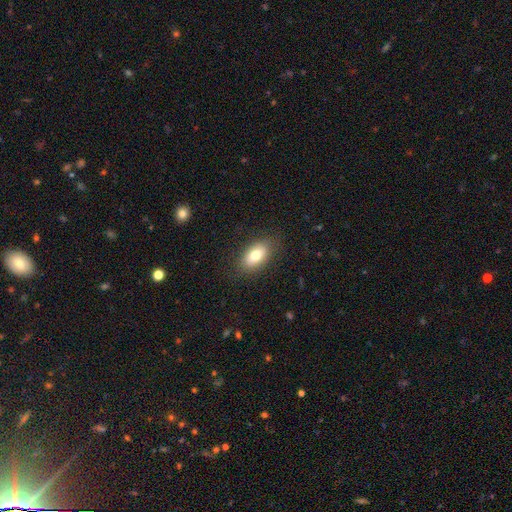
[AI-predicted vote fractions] Morphology: type=smooth (77%); roundness=in between (89%); merging=none (84%).